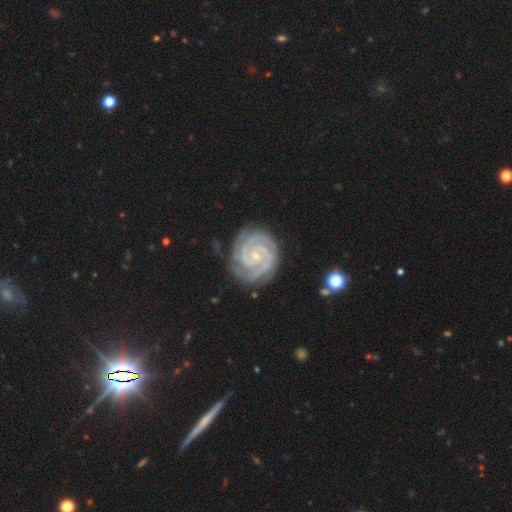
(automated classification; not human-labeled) The model was most divided on "spiral arm count": 2: 45%, 3: 29%, 4: 9%, can't tell: 7%, more than 4: 5%, 1: 5%. More confident: spiral arms — yes (99%); edge-on disk — no (98%); smooth or featured — featured or disk (93%); bulge size — small (85%); spiral winding — tight (84%); merging — none (80%); bar — no (68%).